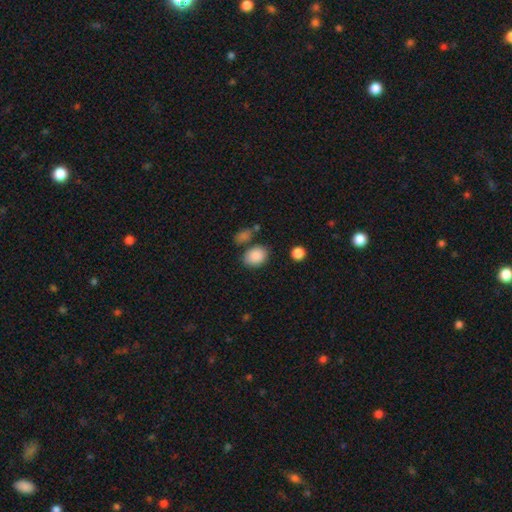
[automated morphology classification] smooth-or-featured: smooth: 87% | star or artifact: 8% | featured or disk: 4%
  how-rounded: in between: 65% | round: 34% | cigar-shaped: 1%
  merging: none: 72% | minor disturbance: 14% | merger: 10% | major disturbance: 4%